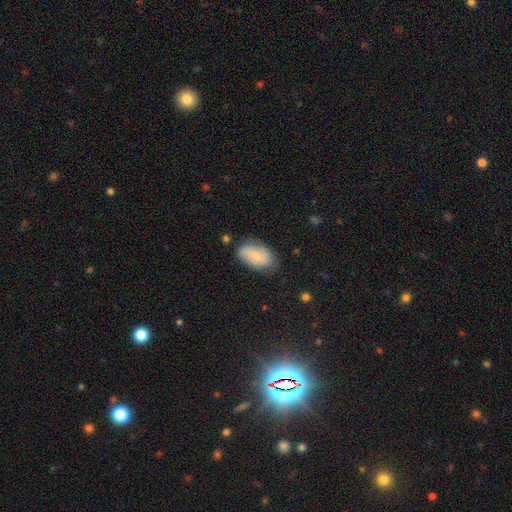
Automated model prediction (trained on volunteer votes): Q: Smooth or featured?
A: smooth (67%); runner-up: featured or disk (25%)
Q: How rounded?
A: in between (92%); runner-up: round (6%)
Q: Merging?
A: none (68%); runner-up: minor disturbance (24%)